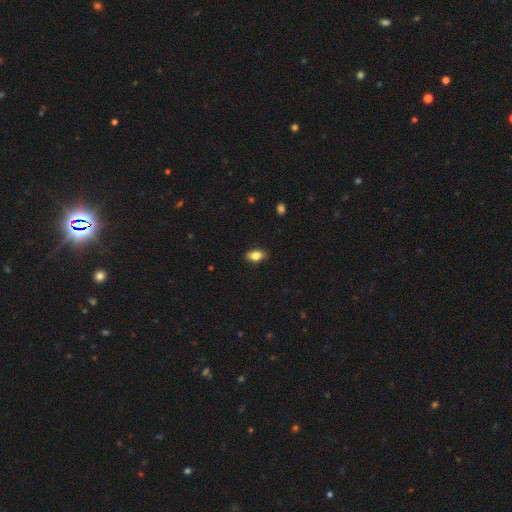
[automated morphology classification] The model was most divided on "smooth or featured": smooth: 80%, featured or disk: 13%, star or artifact: 8%. More confident: how rounded — in between (87%); merging — none (86%).